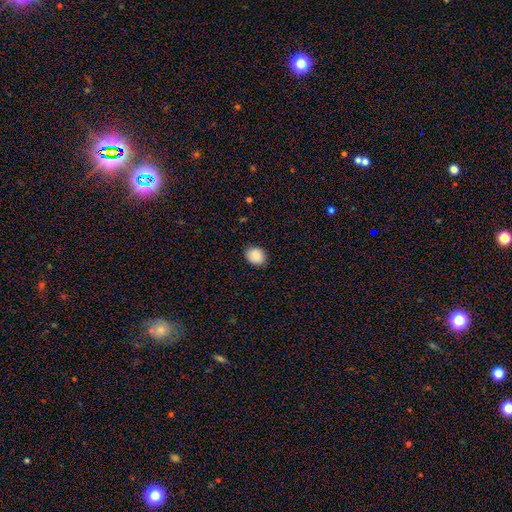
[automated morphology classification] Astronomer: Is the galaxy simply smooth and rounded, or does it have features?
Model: smooth — 88%.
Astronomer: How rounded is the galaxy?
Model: round — 60% (runner-up: in between, 39%).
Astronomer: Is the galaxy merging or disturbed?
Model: none — 89%.